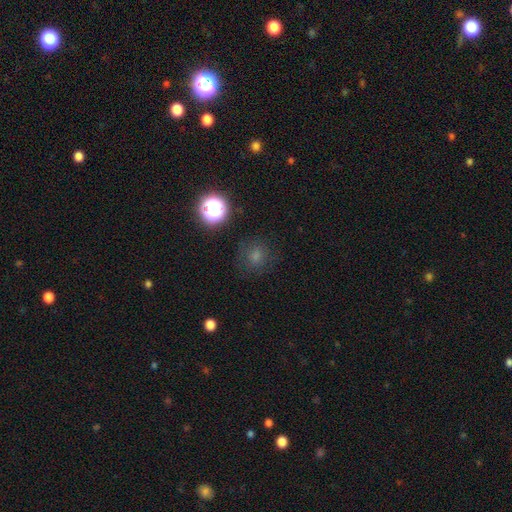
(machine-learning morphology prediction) This is likely a smooth galaxy (70%). How rounded: clearly round (83%). Merging: likely none (79%).